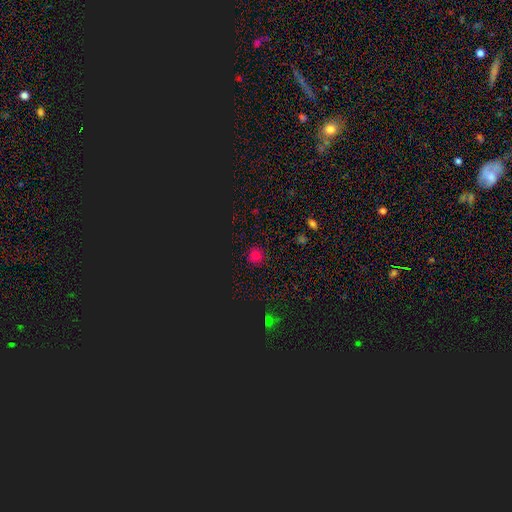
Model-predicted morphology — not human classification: Overall: smooth (65%; star or artifact 30%). How rounded: round (92%). Merging: none (88%).